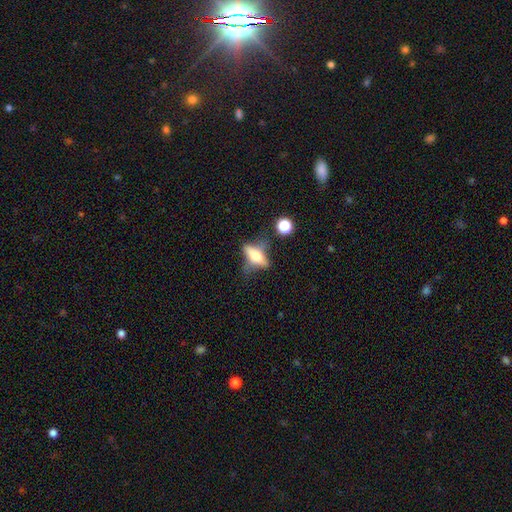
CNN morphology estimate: The model was most divided on "smooth or featured": featured or disk: 47%, smooth: 43%, star or artifact: 10%. More confident: merging — none (54%).